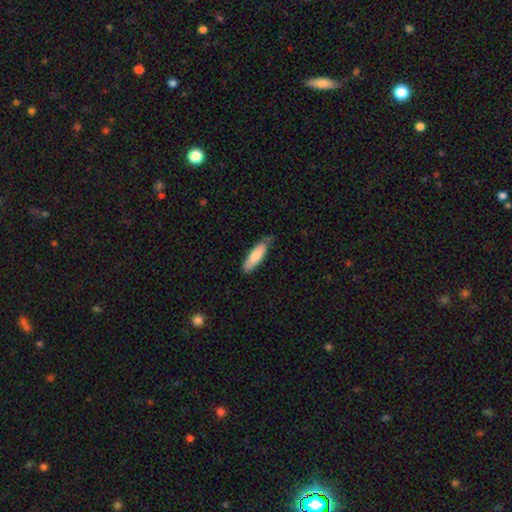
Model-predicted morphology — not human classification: Q: Smooth or featured?
A: smooth (81%); runner-up: featured or disk (14%)
Q: How rounded?
A: cigar-shaped (59%); runner-up: in between (40%)
Q: Merging?
A: none (66%); runner-up: minor disturbance (28%)